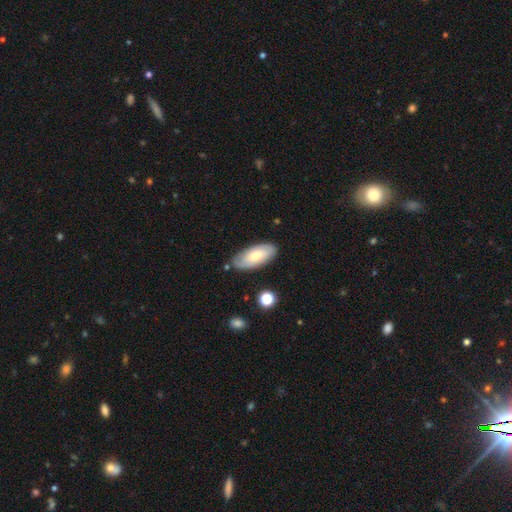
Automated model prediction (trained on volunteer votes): The model was most divided on "smooth or featured": smooth: 56%, featured or disk: 38%, star or artifact: 6%. More confident: how rounded — in between (88%); merging — none (80%).